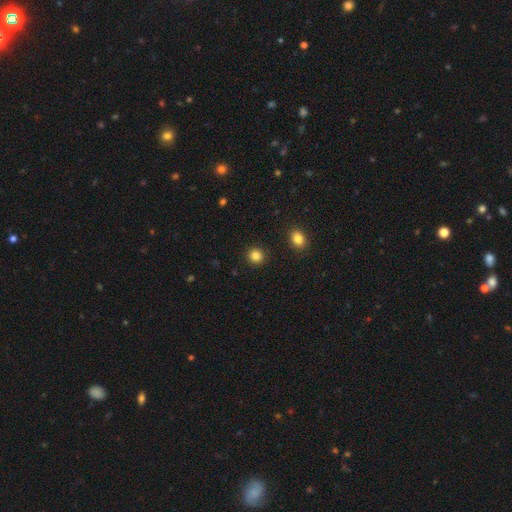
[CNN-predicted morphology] This appears to be a smooth galaxy with no disk features (85%) that is round (89%). Merging: none (92%).